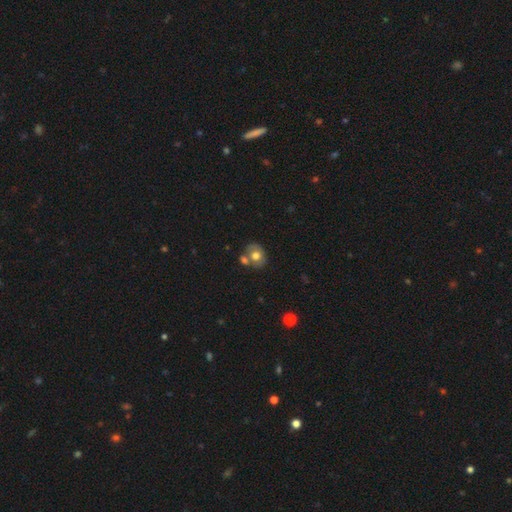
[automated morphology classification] type=smooth (63%); roundness=round (53%); merging=none (50%).